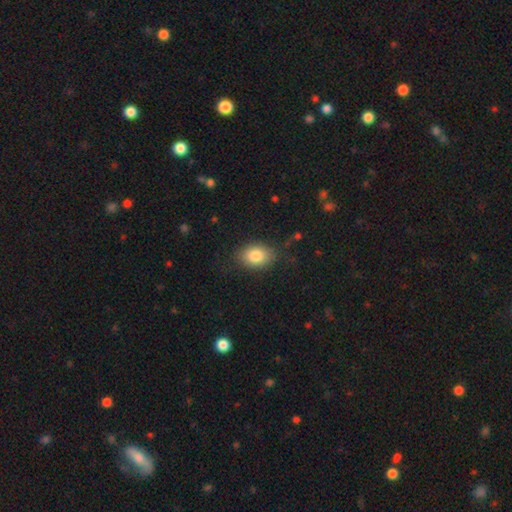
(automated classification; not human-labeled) Smooth or featured: smooth — 84% (featured or disk — 9%)
How rounded: in between — 78% (round — 20%)
Merging: none — 79% (minor disturbance — 15%)